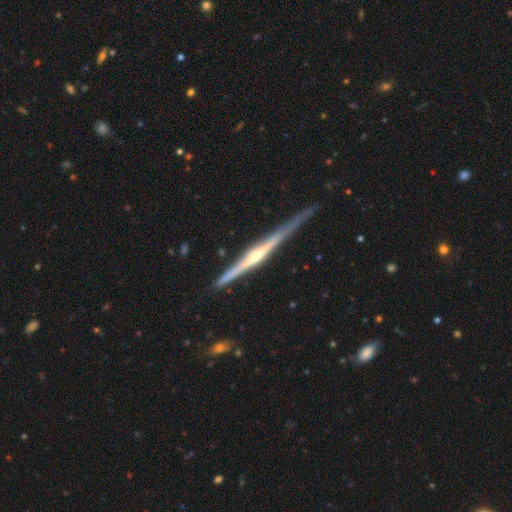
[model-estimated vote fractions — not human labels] This appears to be a featured or disk galaxy (83%) viewed edge-on (98%) with a rounded central bulge (75%). Merging: none (77%).